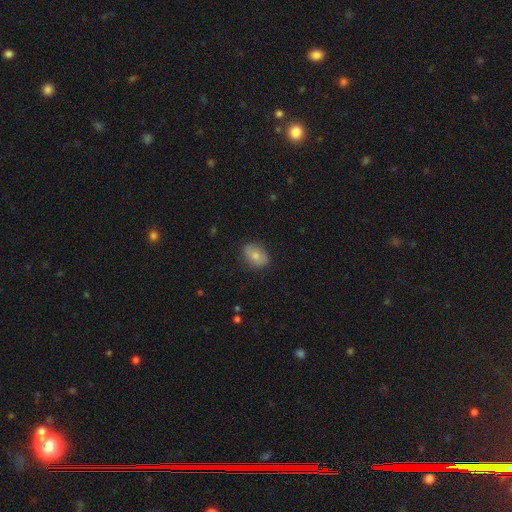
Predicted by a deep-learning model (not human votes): The model was most divided on "how rounded": in between: 77%, round: 22%, cigar-shaped: 1%. More confident: merging — none (81%); smooth or featured — smooth (75%).